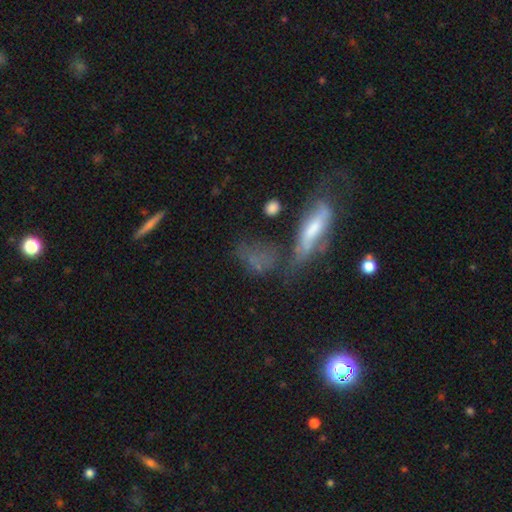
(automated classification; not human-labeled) A smooth galaxy with no disk features (49%). Merging: none (34%).